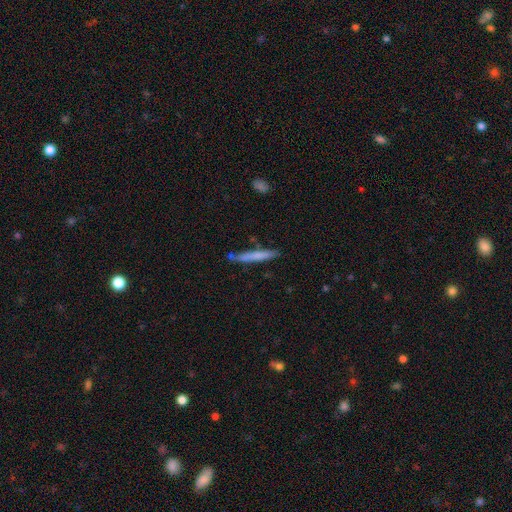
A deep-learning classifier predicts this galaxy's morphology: smooth 67%, featured or disk 27%, star or artifact 6%. Down the decision tree: how rounded — cigar-shaped (95%); merging — none (79%).